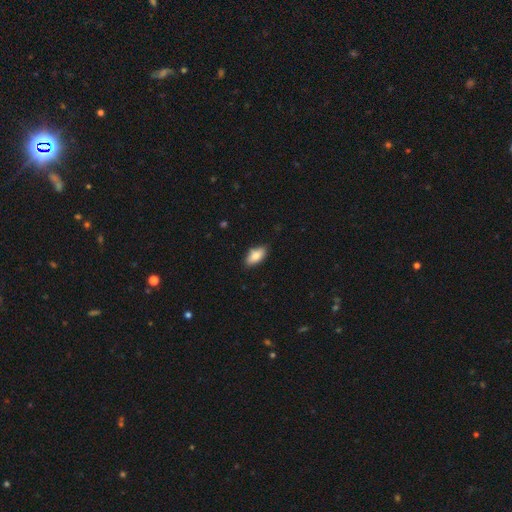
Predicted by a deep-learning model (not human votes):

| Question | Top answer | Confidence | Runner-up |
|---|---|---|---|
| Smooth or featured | smooth | 83% | featured or disk (10%) |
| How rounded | in between | 89% | cigar-shaped (8%) |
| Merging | none | 81% | minor disturbance (16%) |